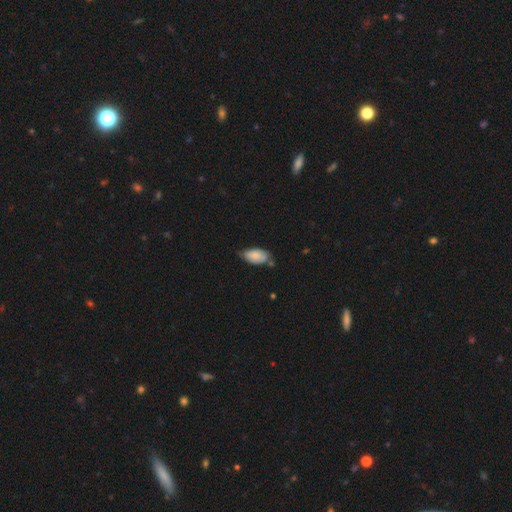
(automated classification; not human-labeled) The model was most divided on "merging": none: 51%, minor disturbance: 36%, merger: 7%, major disturbance: 6%. More confident: how rounded — in between (94%); smooth or featured — smooth (80%).